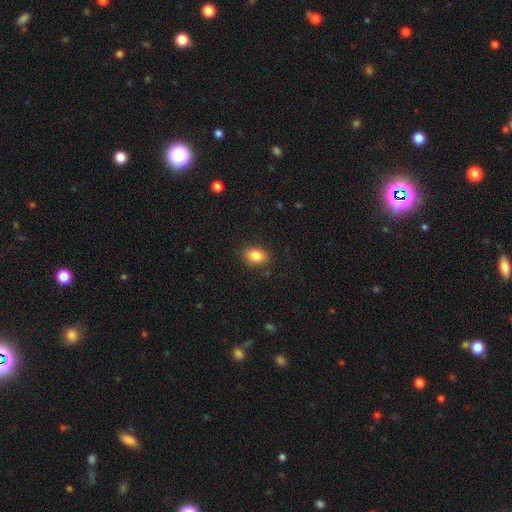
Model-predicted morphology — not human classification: Smooth or featured: smooth — 85% (star or artifact — 9%)
How rounded: in between — 76% (round — 23%)
Merging: none — 86% (minor disturbance — 10%)